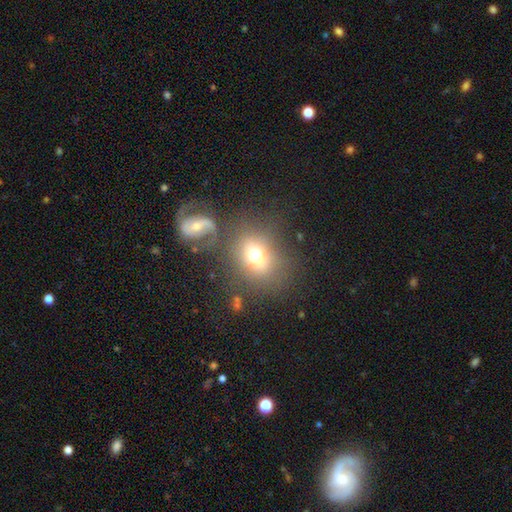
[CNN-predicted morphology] This appears to be a smooth galaxy with no disk features (66%) that is round (55%). Merging: none (64%).